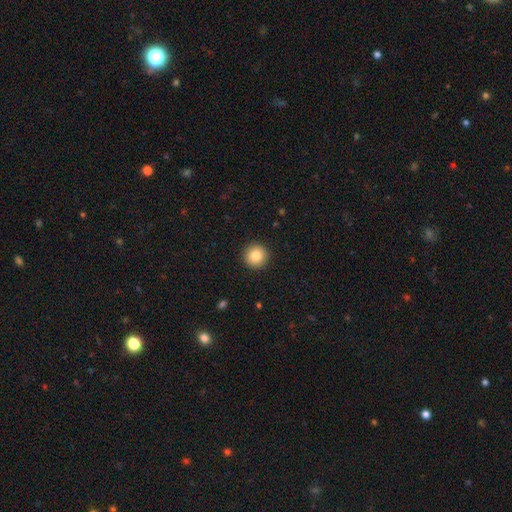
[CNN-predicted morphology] The model was most divided on "smooth or featured": smooth: 83%, star or artifact: 10%, featured or disk: 7%. More confident: how rounded — round (96%); merging — none (93%).